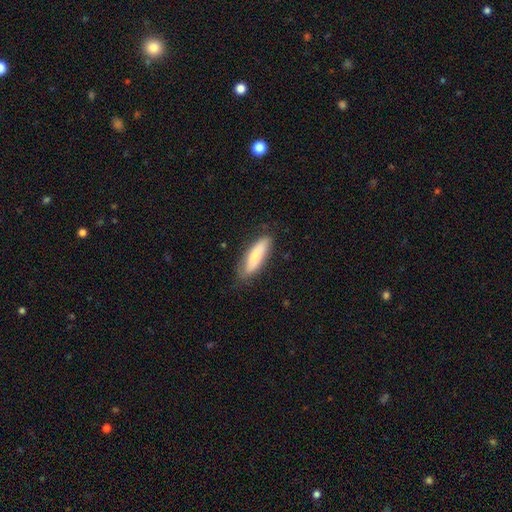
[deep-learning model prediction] Smooth or featured? smooth (72%)
How rounded? cigar-shaped (58%)
Merging? none (78%)